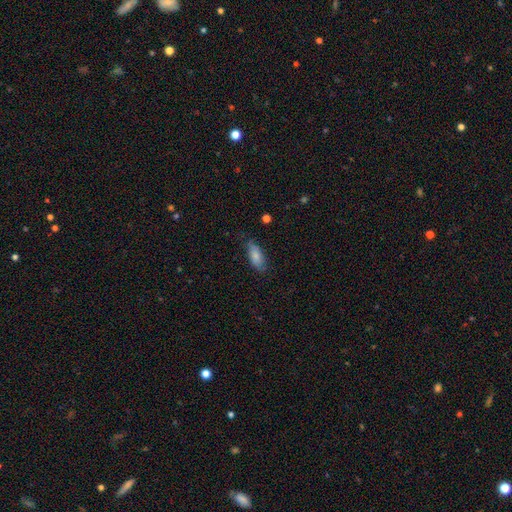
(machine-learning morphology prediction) A smooth galaxy with no disk features (80%) that is in between round and cigar-shaped (83%). Merging: none (68%).